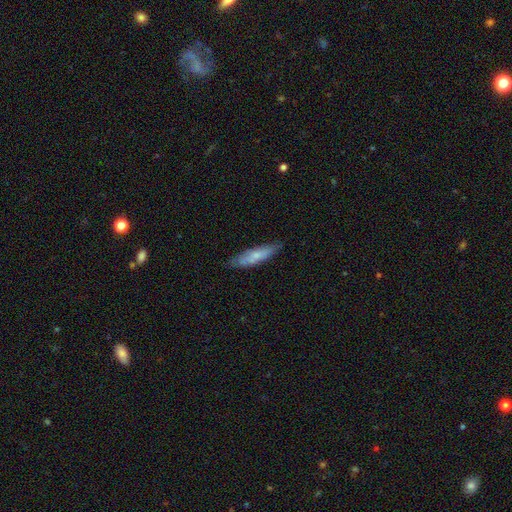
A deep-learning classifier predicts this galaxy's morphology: This is likely a smooth galaxy (63%). How rounded: likely cigar-shaped (72%). Merging: likely none (75%).